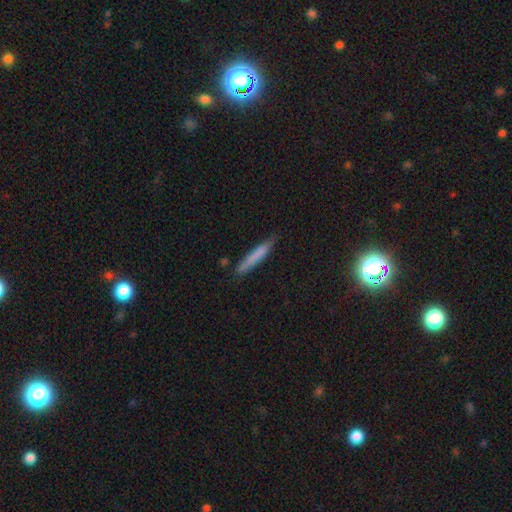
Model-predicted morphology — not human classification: smooth 72%, featured or disk 21%, star or artifact 7%. Down the decision tree: how rounded — cigar-shaped (94%); merging — none (78%).